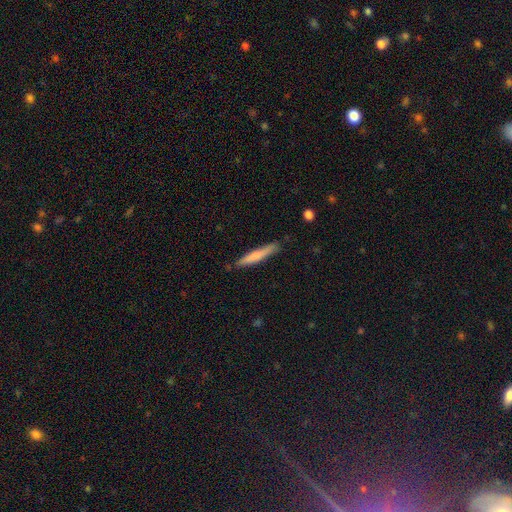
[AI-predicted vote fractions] smooth 72%, featured or disk 23%, star or artifact 5%. Down the decision tree: how rounded — cigar-shaped (94%); merging — none (85%).